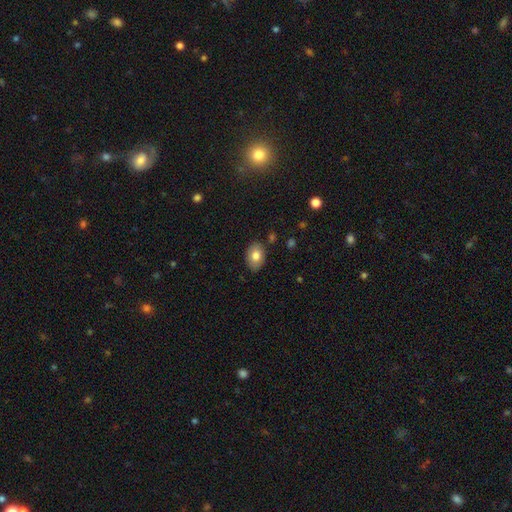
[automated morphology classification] Overall: smooth (79%). How rounded: in between (82%). Merging: none (83%).